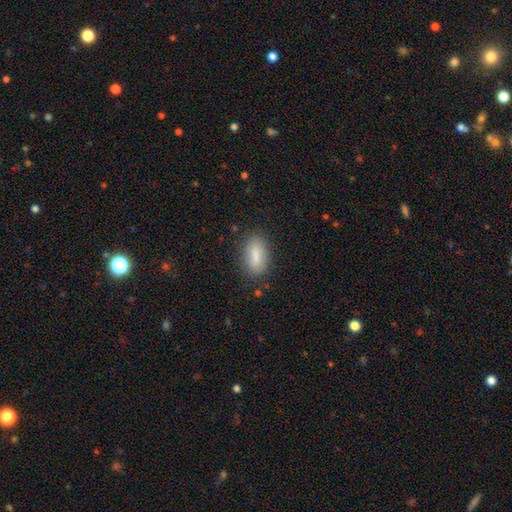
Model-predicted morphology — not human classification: smooth_or_featured: smooth (p=0.82) [alt: featured or disk p=0.11]
how_rounded: in between (p=0.82) [alt: cigar-shaped p=0.14]
merging: none (p=0.82) [alt: minor disturbance p=0.13]